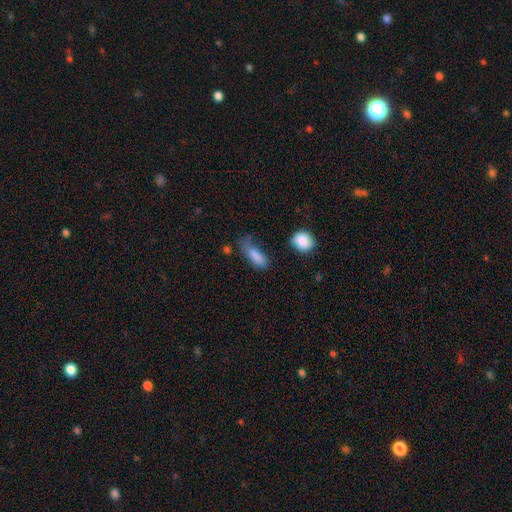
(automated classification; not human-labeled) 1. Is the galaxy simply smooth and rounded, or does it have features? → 81% smooth, 9% featured or disk, 9% star or artifact.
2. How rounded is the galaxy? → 69% in between, 26% cigar-shaped, 5% round.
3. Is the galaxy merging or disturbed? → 34% none, 33% minor disturbance, 26% major disturbance, 7% merger.